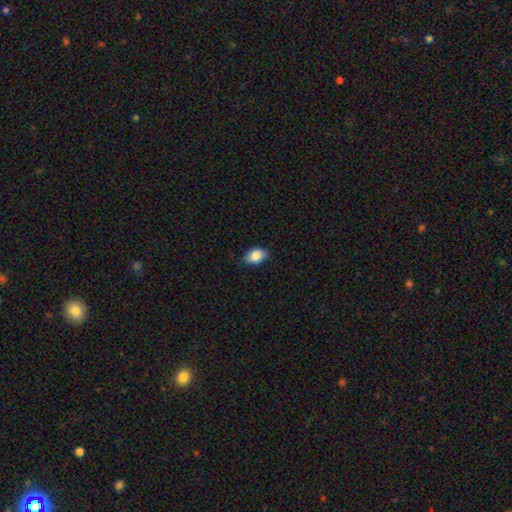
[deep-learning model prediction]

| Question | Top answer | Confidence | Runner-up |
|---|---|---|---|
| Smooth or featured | smooth | 85% | star or artifact (8%) |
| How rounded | in between | 84% | round (14%) |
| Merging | none | 80% | minor disturbance (17%) |